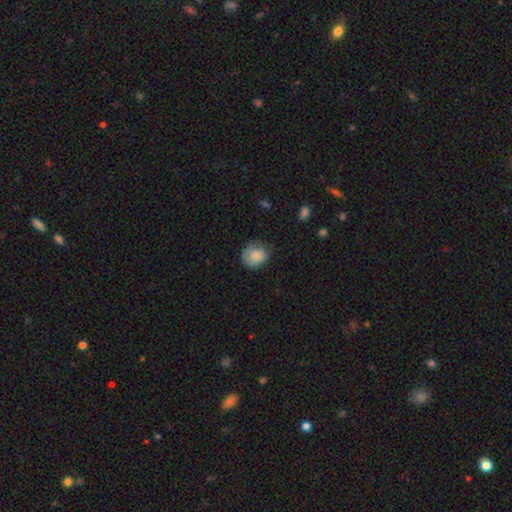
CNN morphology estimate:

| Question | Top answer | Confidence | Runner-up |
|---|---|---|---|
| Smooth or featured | smooth | 81% | featured or disk (11%) |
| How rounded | round | 75% | in between (24%) |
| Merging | none | 59% | minor disturbance (29%) |